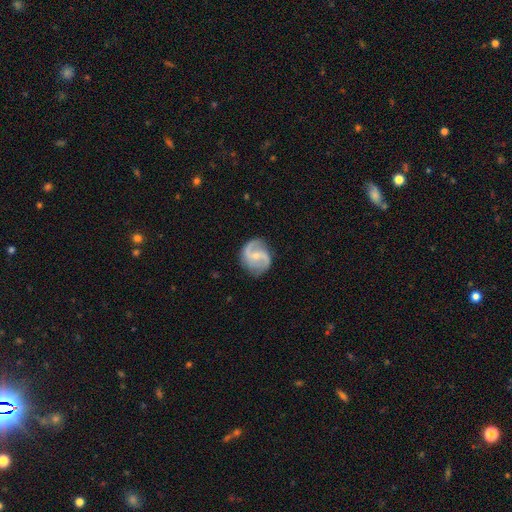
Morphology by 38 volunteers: Q: Smooth or featured?
A: featured or disk (87%); runner-up: smooth (8%)
Q: Edge-on disk?
A: no (100%)
Q: Bar?
A: weak (55%); runner-up: no (27%)
Q: Spiral arms?
A: yes (100%)
Q: Spiral winding?
A: medium (58%); runner-up: loose (36%)
Q: Spiral arm count?
A: 2 (97%); runner-up: can't tell (3%)
Q: Bulge size?
A: small (55%); runner-up: moderate (33%)
Q: Merging?
A: none (78%); runner-up: minor disturbance (17%)